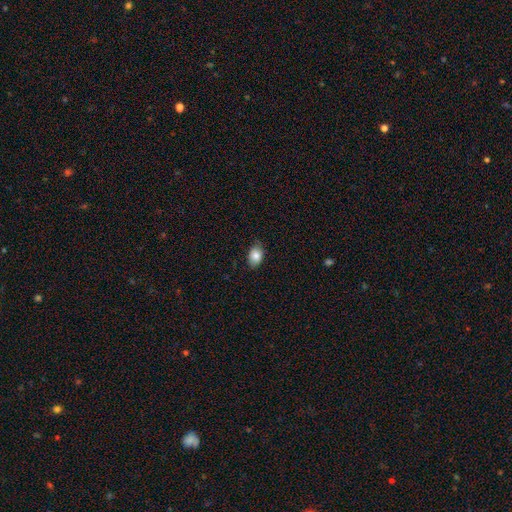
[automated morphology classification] This is clearly a smooth galaxy (82%). How rounded: clearly in between (82%). Merging: likely none (74%).